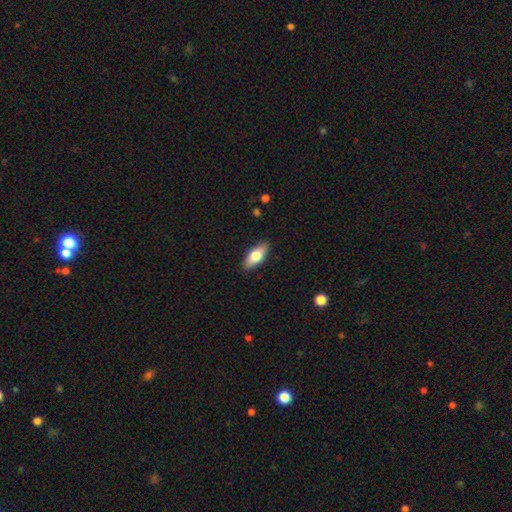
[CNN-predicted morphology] smooth 71%, featured or disk 23%, star or artifact 6%. Down the decision tree: how rounded — in between (81%); merging — none (88%).